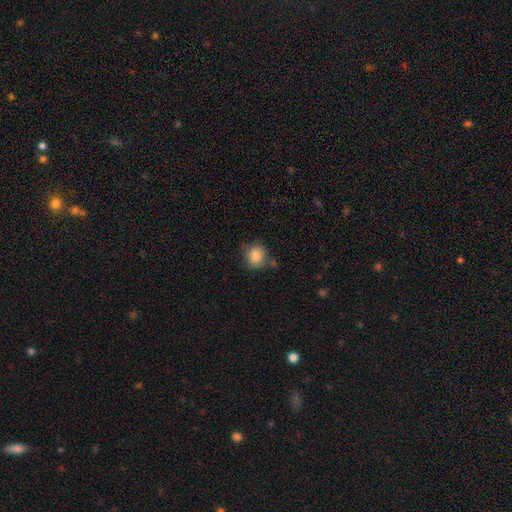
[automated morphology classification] This is clearly a smooth galaxy (85%). How rounded: likely round (77%). Merging: likely none (67%).